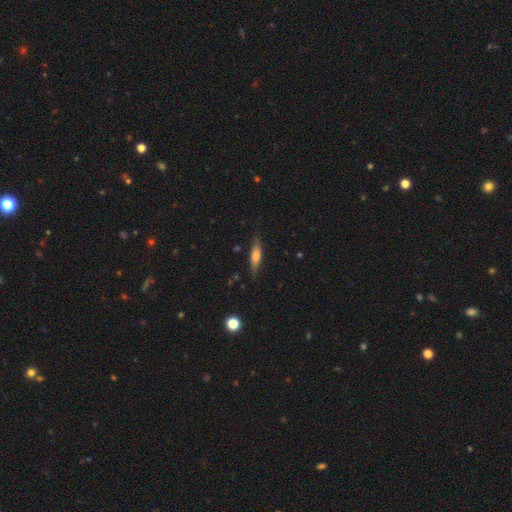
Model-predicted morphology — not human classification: A smooth galaxy with no disk features (57%) that is cigar-shaped (67%). Merging: none (81%).